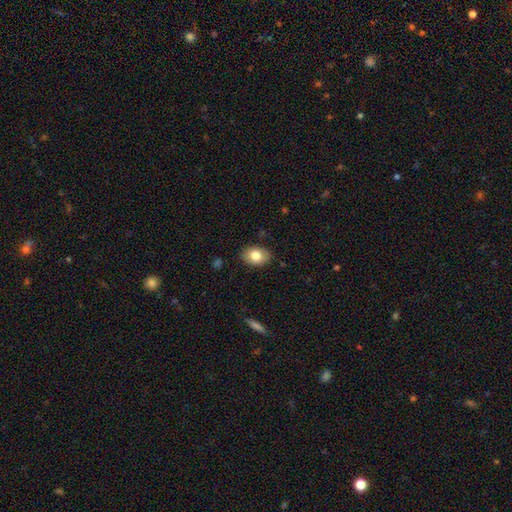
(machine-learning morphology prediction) This appears to be a smooth galaxy with no disk features (80%) that is in between round and cigar-shaped (81%). Merging: none (86%).